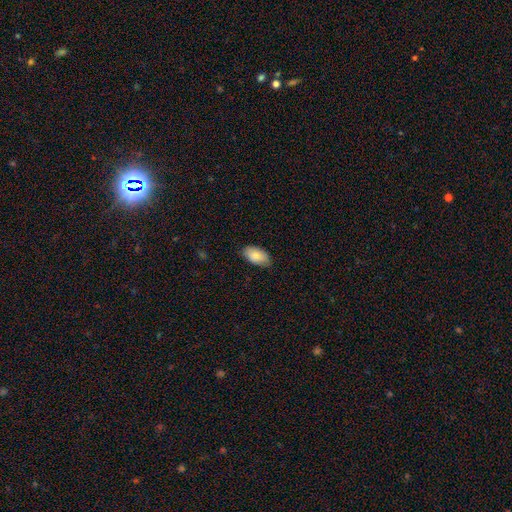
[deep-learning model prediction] Smooth or featured? smooth (84%)
How rounded? in between (95%)
Merging? none (81%)